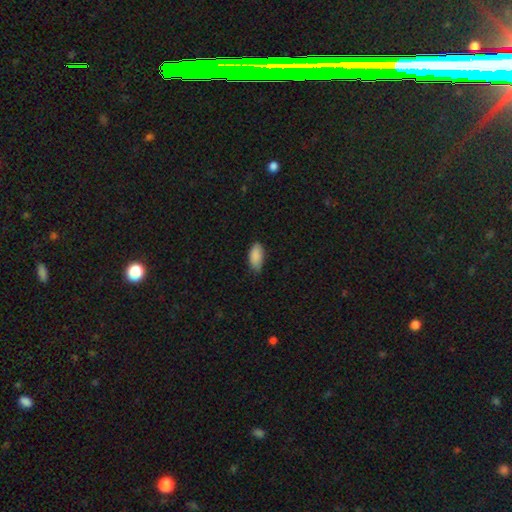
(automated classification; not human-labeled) smooth 89%, star or artifact 6%, featured or disk 4%. Down the decision tree: how rounded — in between (92%); merging — none (73%).